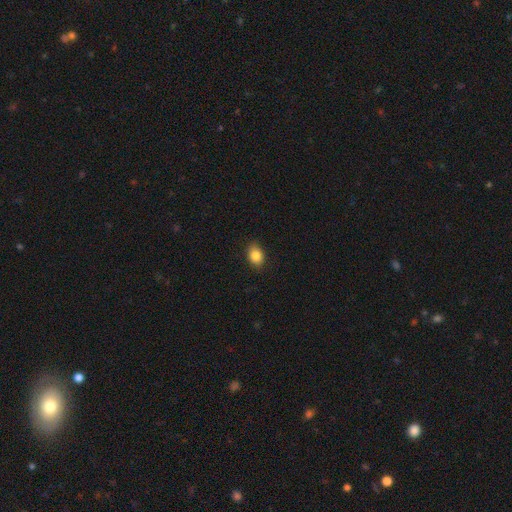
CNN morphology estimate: Smooth or featured: smooth — 86% (star or artifact — 9%)
How rounded: in between — 69% (round — 29%)
Merging: none — 85% (minor disturbance — 12%)